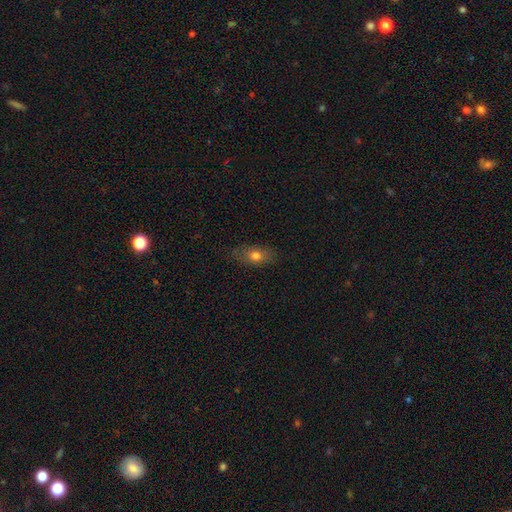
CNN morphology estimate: The model was most divided on "merging": none: 78%, minor disturbance: 17%, major disturbance: 4%, merger: 1%. More confident: how rounded — in between (80%); smooth or featured — smooth (76%).